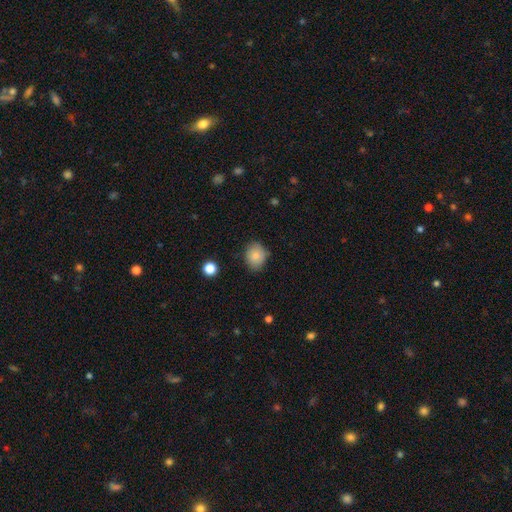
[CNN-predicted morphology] type=smooth (84%); roundness=round (59%); merging=none (77%).